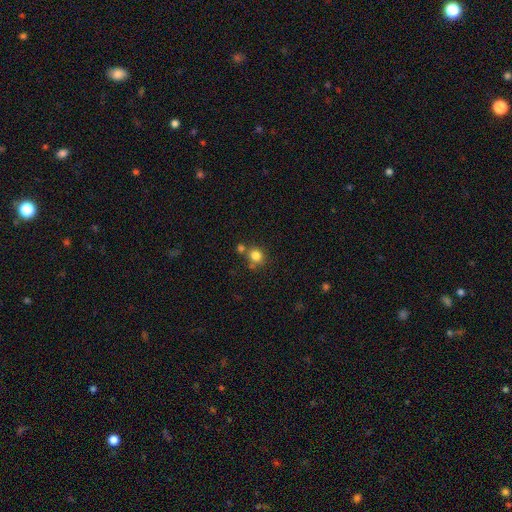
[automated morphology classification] Overall: smooth (81%). How rounded: round (84%). Merging: none (66%).